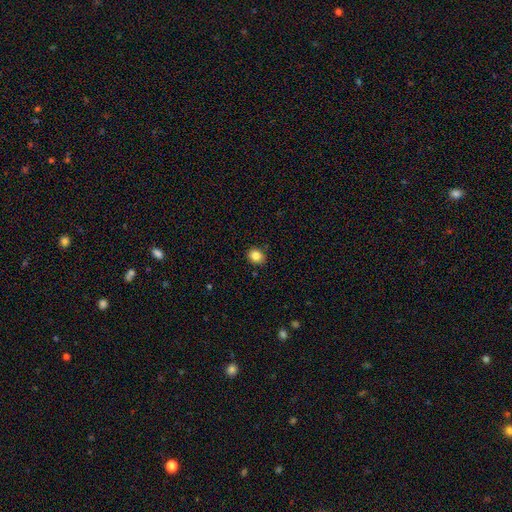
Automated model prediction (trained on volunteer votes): A smooth galaxy with no disk features (84%) that is round (69%). Merging: none (89%).